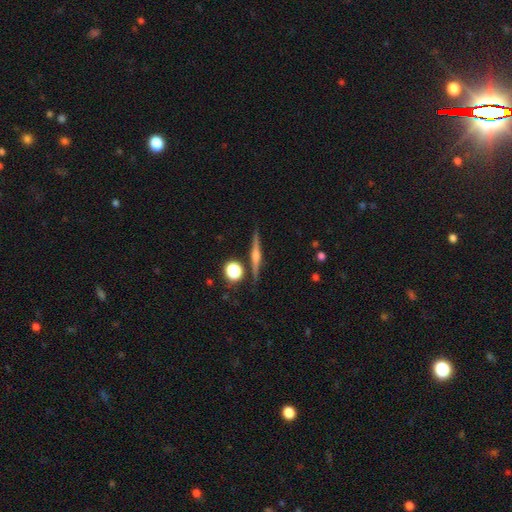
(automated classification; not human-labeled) smooth-or-featured: featured or disk: 77% | smooth: 15% | star or artifact: 8%
  disk-edge-on: yes: 98% | no: 2%
    edge-on-bulge: rounded: 86% | boxy: 8% | none: 6%
  merging: none: 89% | minor disturbance: 7% | merger: 3% | major disturbance: 2%